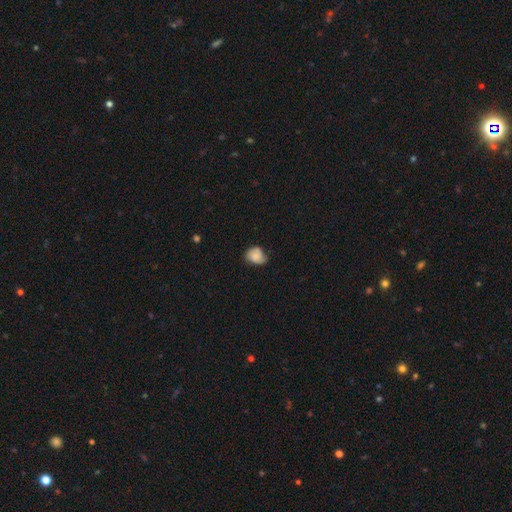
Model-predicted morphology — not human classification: Smooth or featured: smooth — 70% (featured or disk — 21%)
How rounded: in between — 50% (round — 49%)
Merging: none — 46% (minor disturbance — 40%)